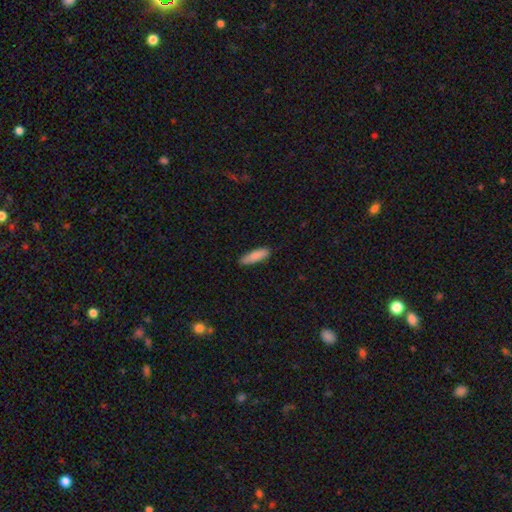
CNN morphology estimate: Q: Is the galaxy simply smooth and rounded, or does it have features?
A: smooth — 86%.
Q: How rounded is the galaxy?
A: cigar-shaped — 63%.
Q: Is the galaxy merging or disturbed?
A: none — 85%.